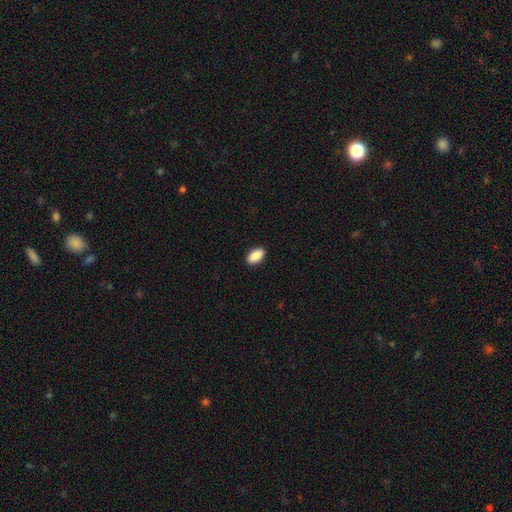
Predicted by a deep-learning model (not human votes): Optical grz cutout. It shows a smooth galaxy with no disk features (90%) that is in between round and cigar-shaped (93%). Merging: none (90%).